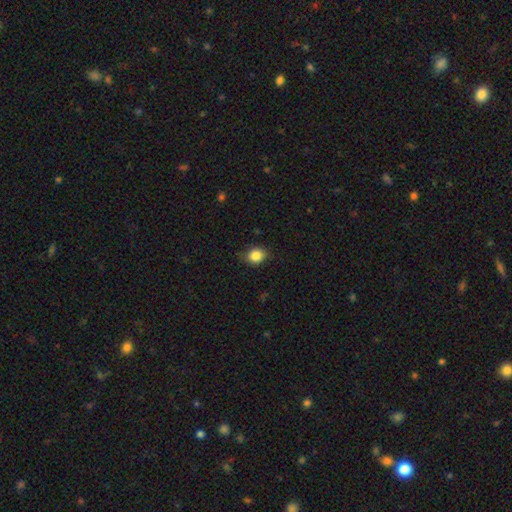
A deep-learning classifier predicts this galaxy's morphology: Smooth or featured? Predicted: smooth (p=0.85). How rounded? Predicted: round (p=0.66). Merging? Predicted: none (p=0.80).